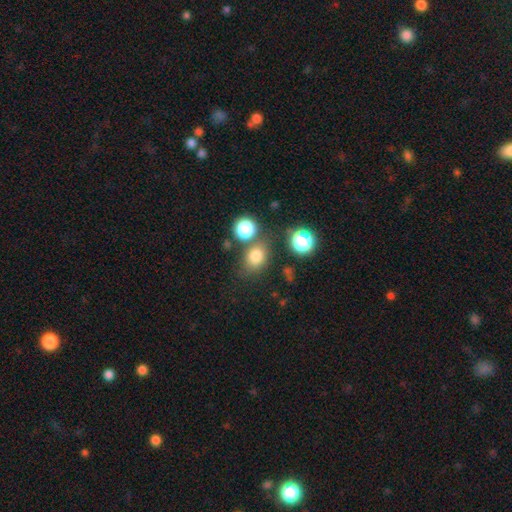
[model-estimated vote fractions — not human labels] Smooth or featured?
  - smooth: 76% *
  - star or artifact: 16%
  - featured or disk: 8%
How rounded?
  - round: 52% *
  - in between: 47%
  - cigar-shaped: 1%
Merging?
  - none: 66% *
  - merger: 17%
  - minor disturbance: 12%
  - major disturbance: 5%